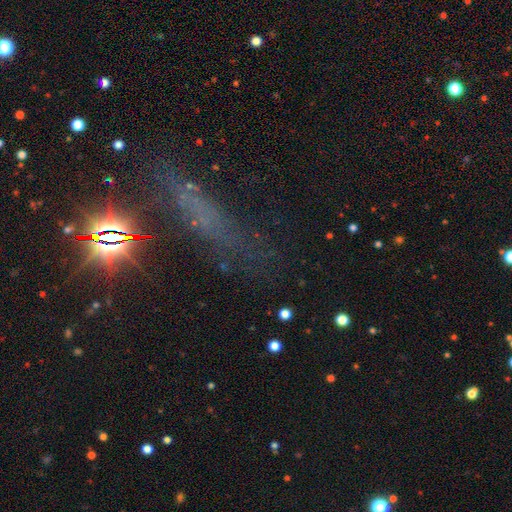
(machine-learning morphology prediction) star or artifact 50%, smooth 29%, featured or disk 21%.